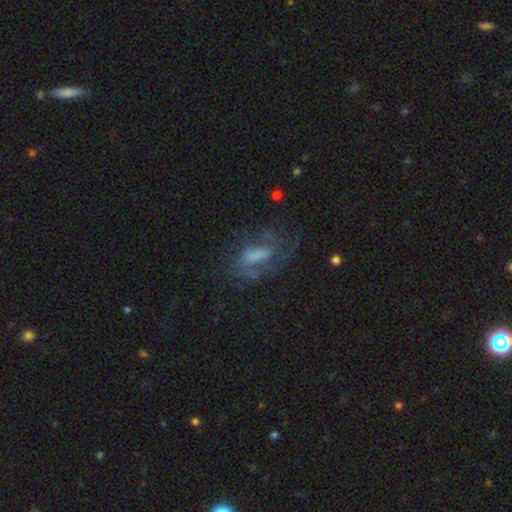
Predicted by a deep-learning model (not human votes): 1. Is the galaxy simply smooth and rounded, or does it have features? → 62% featured or disk, 27% smooth, 11% star or artifact.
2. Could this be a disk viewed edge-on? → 92% no, 8% yes.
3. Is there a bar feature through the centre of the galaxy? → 37% weak, 33% strong, 30% no.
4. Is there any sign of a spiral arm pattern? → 78% yes, 22% no.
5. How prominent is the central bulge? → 31% none, 27% moderate, 21% large, 18% small, 3% dominant.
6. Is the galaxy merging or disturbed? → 50% none, 25% major disturbance, 22% minor disturbance, 3% merger.